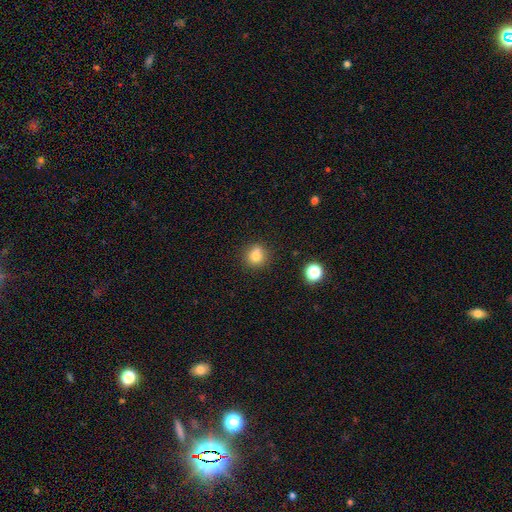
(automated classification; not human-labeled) Smooth or featured?
  - smooth: 75% *
  - star or artifact: 13%
  - featured or disk: 12%
How rounded?
  - round: 87% *
  - in between: 12%
  - cigar-shaped: 1%
Merging?
  - none: 66% *
  - merger: 18%
  - minor disturbance: 13%
  - major disturbance: 3%